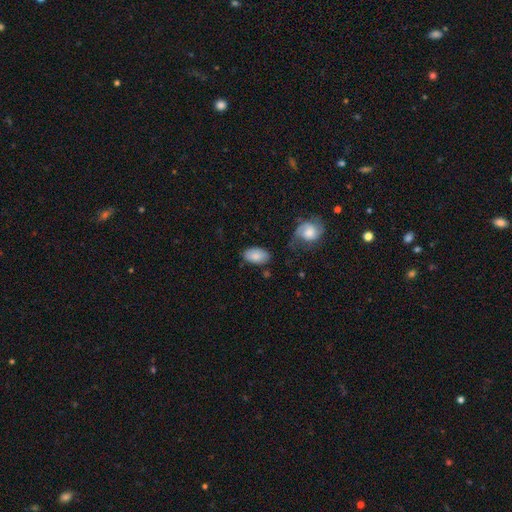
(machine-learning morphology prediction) A smooth galaxy with no disk features (81%) that is in between round and cigar-shaped (93%). Merging: none (74%).